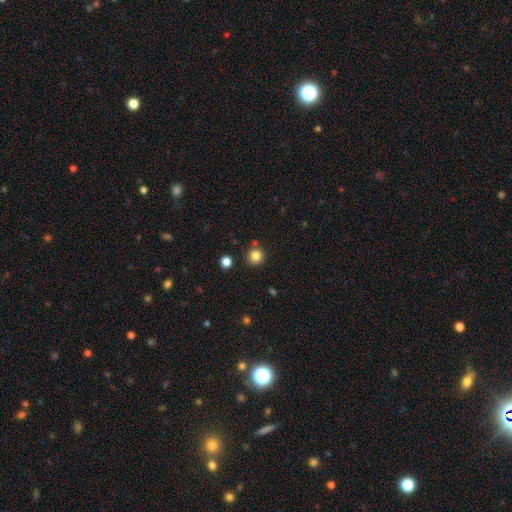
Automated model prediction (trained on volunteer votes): A smooth galaxy with no disk features (83%) that is round (93%). Merging: none (82%).